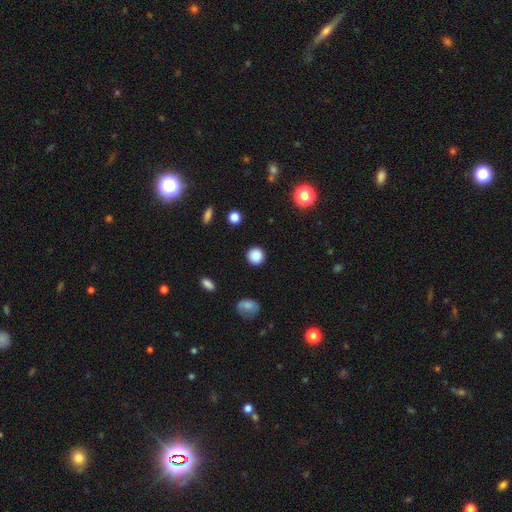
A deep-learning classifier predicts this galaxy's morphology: The model was most divided on "smooth or featured": smooth: 87%, star or artifact: 10%, featured or disk: 3%. More confident: how rounded — round (93%); merging — none (90%).